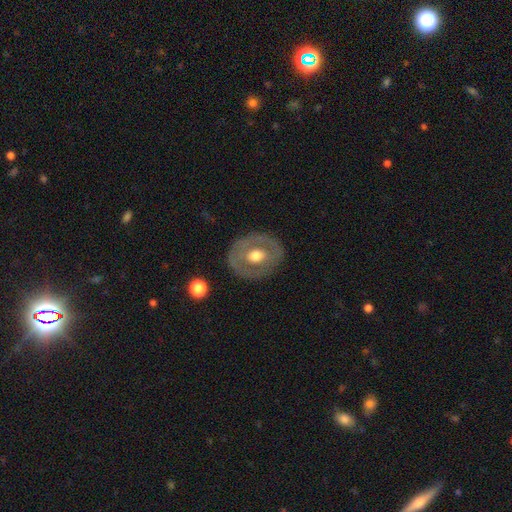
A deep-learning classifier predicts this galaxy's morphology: type=featured or disk (55%); edge-on=no (94%); bar=no (76%); spiral arms=no (85%); bulge=moderate (64%); merging=none (81%).